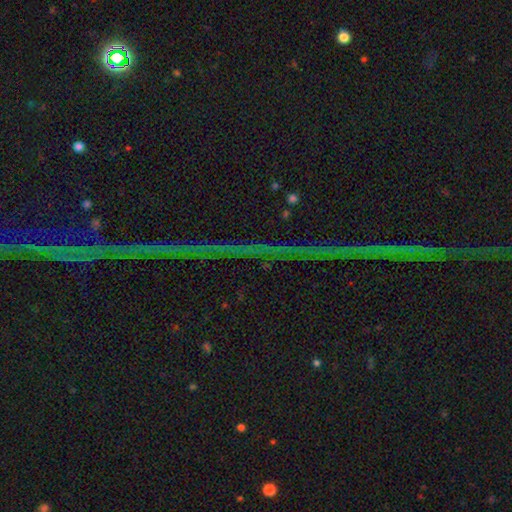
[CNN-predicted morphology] Smooth or featured: star or artifact — 86% (featured or disk — 9%)